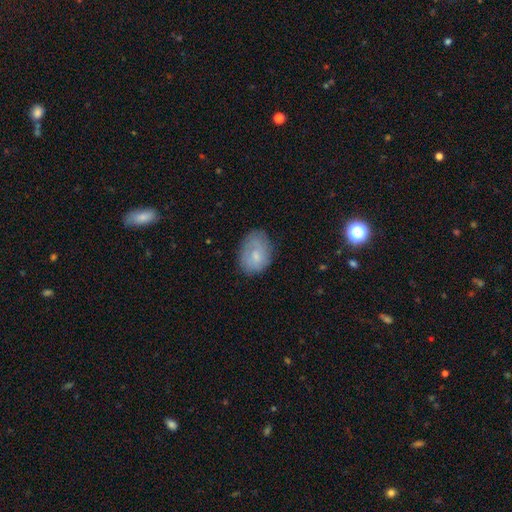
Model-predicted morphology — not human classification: type=smooth (66%); roundness=in between (78%); merging=none (70%).